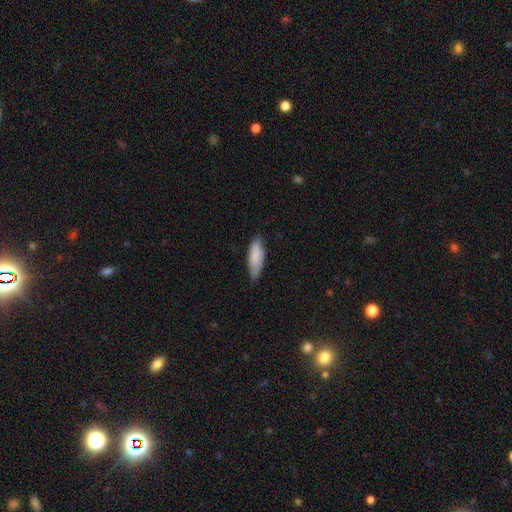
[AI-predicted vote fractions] Smooth or featured: smooth — 86% (featured or disk — 9%)
How rounded: in between — 58% (cigar-shaped — 41%)
Merging: none — 76% (minor disturbance — 20%)